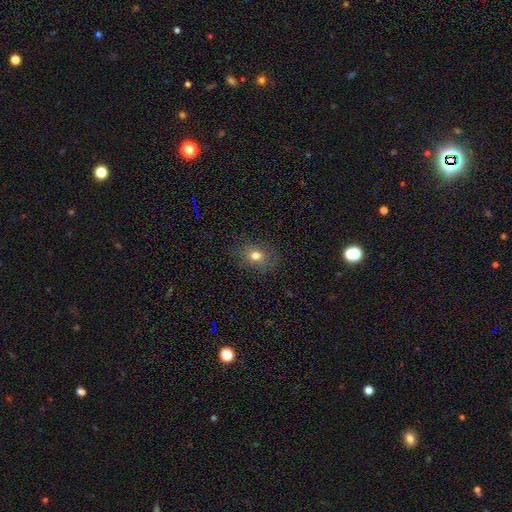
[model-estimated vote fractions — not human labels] This appears to be a smooth galaxy with no disk features (76%) that is in between round and cigar-shaped (52%). Merging: none (84%).